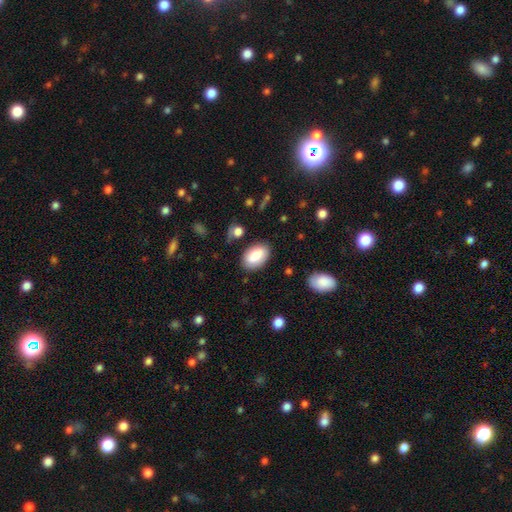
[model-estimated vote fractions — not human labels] Overall: smooth (82%). How rounded: in between (91%). Merging: none (81%).